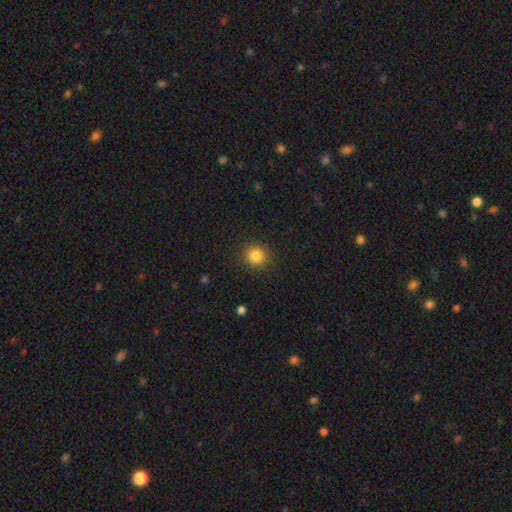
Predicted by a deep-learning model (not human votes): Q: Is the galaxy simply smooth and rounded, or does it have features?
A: smooth — 85%.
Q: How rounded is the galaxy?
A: round — 91%.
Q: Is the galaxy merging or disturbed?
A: none — 89%.